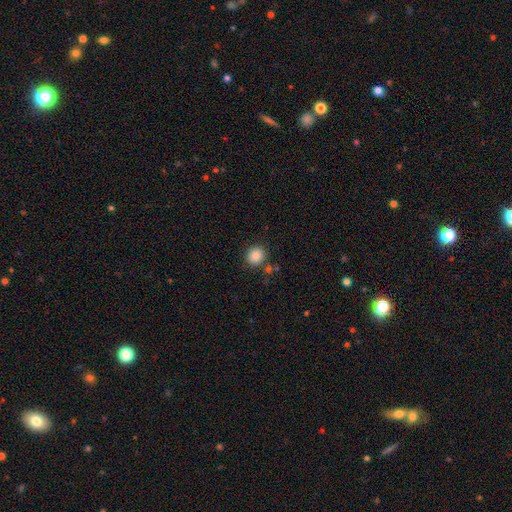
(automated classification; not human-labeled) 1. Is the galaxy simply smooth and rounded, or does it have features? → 86% smooth, 10% star or artifact, 4% featured or disk.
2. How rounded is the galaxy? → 86% round, 13% in between, 1% cigar-shaped.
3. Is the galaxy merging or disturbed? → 83% none, 9% minor disturbance, 5% merger, 3% major disturbance.